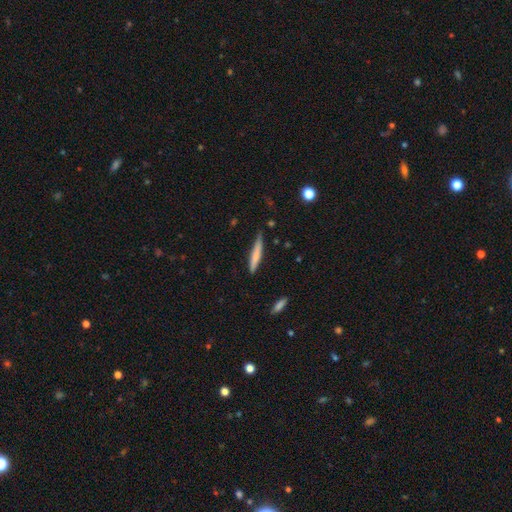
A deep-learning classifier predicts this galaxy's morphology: smooth-or-featured: smooth: 71% | featured or disk: 24% | star or artifact: 6%
  how-rounded: cigar-shaped: 93% | in between: 6% | round: 1%
  merging: none: 79% | minor disturbance: 17% | major disturbance: 3% | merger: 2%